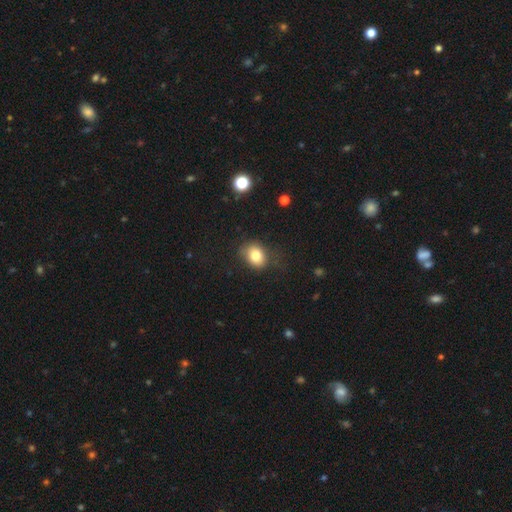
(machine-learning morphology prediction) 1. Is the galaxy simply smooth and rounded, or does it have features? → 79% smooth, 11% featured or disk, 11% star or artifact.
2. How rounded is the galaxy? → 54% in between, 45% round, 1% cigar-shaped.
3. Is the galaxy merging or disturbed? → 68% none, 22% minor disturbance, 9% major disturbance, 2% merger.